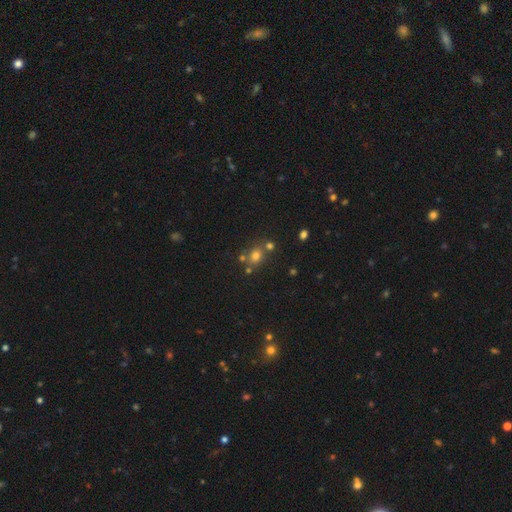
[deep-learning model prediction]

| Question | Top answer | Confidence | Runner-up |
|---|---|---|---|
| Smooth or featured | smooth | 68% | star or artifact (21%) |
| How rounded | round | 67% | in between (32%) |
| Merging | none | 61% | merger (23%) |